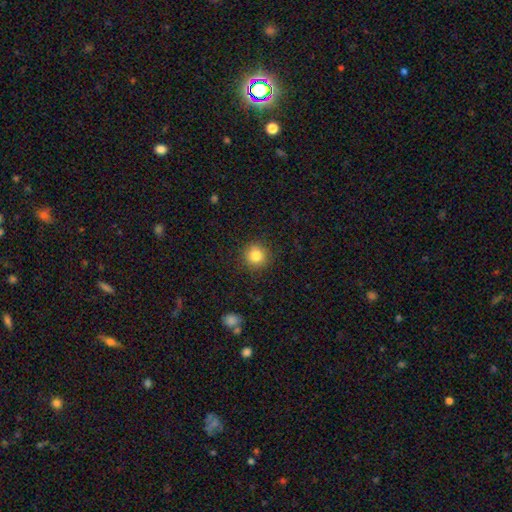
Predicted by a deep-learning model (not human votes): smooth 83%, star or artifact 11%, featured or disk 6%. Down the decision tree: how rounded — round (93%); merging — none (90%).